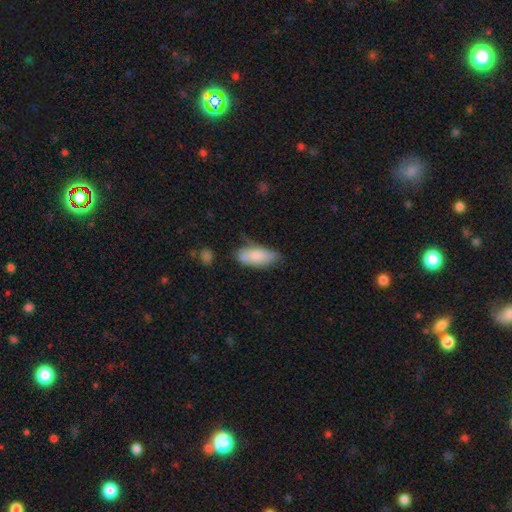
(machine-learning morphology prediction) Smooth or featured: smooth — 79% (featured or disk — 14%)
How rounded: in between — 86% (cigar-shaped — 12%)
Merging: none — 49% (minor disturbance — 34%)